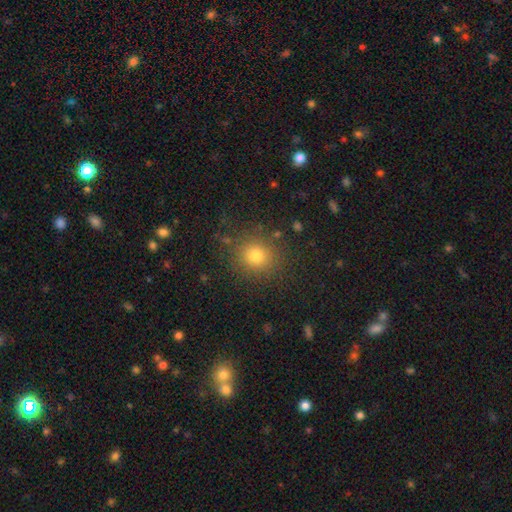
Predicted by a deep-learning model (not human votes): This appears to be a smooth galaxy with no disk features (76%) that is round (86%). Merging: none (85%).